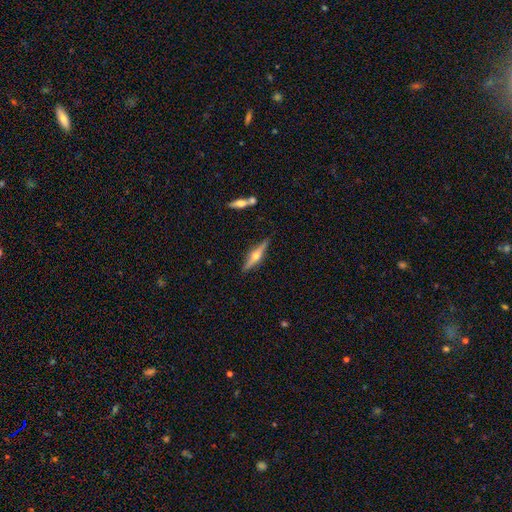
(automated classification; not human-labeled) featured or disk 74%, smooth 20%, star or artifact 6%. Down the decision tree: edge-on disk — yes (97%); edge-on bulge — rounded (95%); merging — none (88%).